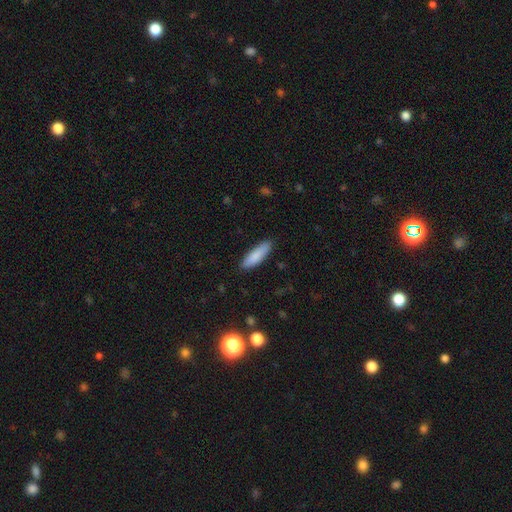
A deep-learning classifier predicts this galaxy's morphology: smooth_or_featured: smooth (p=0.87) [alt: featured or disk p=0.08]
how_rounded: cigar-shaped (p=0.54) [alt: in between p=0.44]
merging: none (p=0.87) [alt: minor disturbance p=0.10]